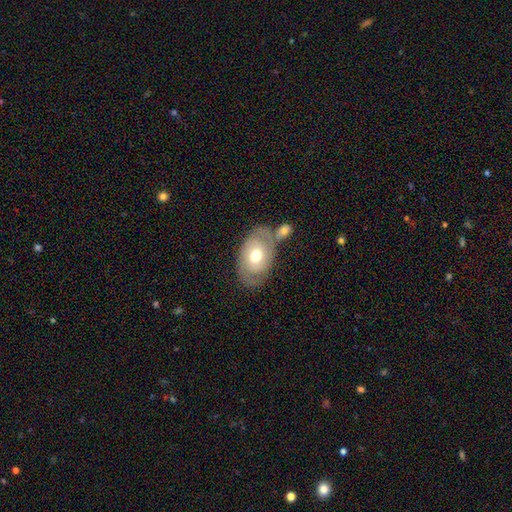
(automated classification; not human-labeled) Smooth or featured?
  - featured or disk: 52% *
  - smooth: 42%
  - star or artifact: 6%
Edge-on disk?
  - no: 93% *
  - yes: 7%
Merging?
  - none: 49% *
  - merger: 24%
  - minor disturbance: 19%
  - major disturbance: 8%